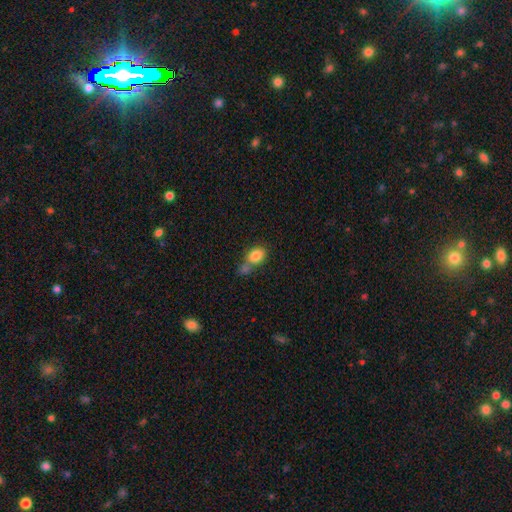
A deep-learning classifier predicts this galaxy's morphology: Smooth or featured?
  - smooth: 83% *
  - star or artifact: 9%
  - featured or disk: 8%
How rounded?
  - in between: 69% *
  - round: 29%
  - cigar-shaped: 2%
Merging?
  - merger: 41% * (tied)
  - none: 41% * (tied)
  - minor disturbance: 13%
  - major disturbance: 5%